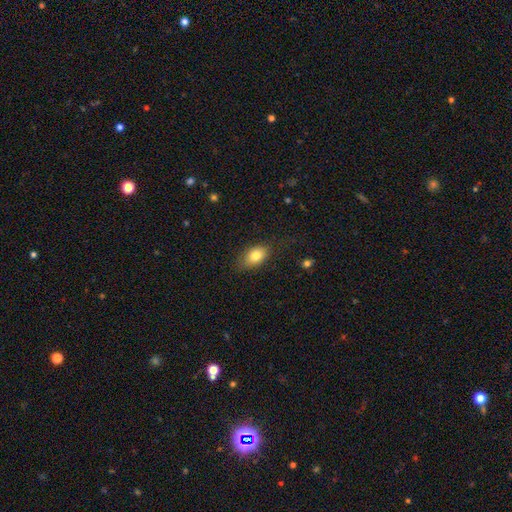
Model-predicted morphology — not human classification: Q: Smooth or featured?
A: smooth (81%); runner-up: featured or disk (11%)
Q: How rounded?
A: in between (87%); runner-up: round (10%)
Q: Merging?
A: none (77%); runner-up: minor disturbance (17%)